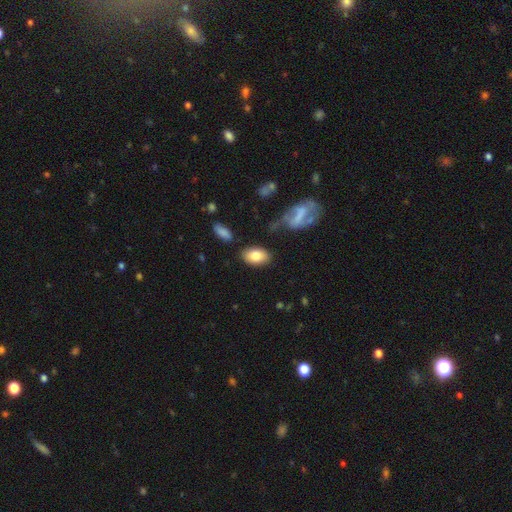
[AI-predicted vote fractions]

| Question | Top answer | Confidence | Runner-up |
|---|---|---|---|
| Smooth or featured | smooth | 80% | featured or disk (13%) |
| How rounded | in between | 91% | round (7%) |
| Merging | none | 79% | minor disturbance (13%) |